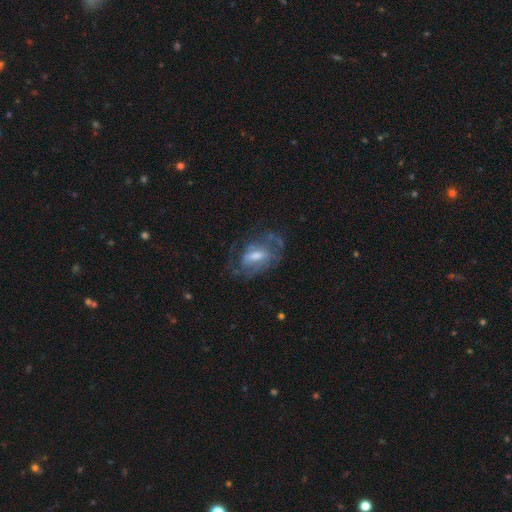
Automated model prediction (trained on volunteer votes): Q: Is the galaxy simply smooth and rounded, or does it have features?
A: featured or disk — 68%.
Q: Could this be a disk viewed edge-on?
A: no — 94%.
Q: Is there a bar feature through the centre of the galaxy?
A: weak — 47%.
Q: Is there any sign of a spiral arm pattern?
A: yes — 70%.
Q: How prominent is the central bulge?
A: moderate — 54%.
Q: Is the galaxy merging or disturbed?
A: none — 47%.